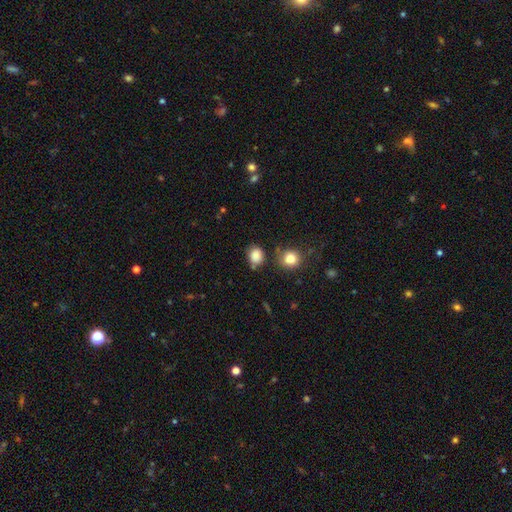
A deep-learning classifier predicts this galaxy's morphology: Smooth or featured? Predicted: smooth (p=0.85). How rounded? Predicted: round (p=0.61). Merging? Predicted: none (p=0.72).